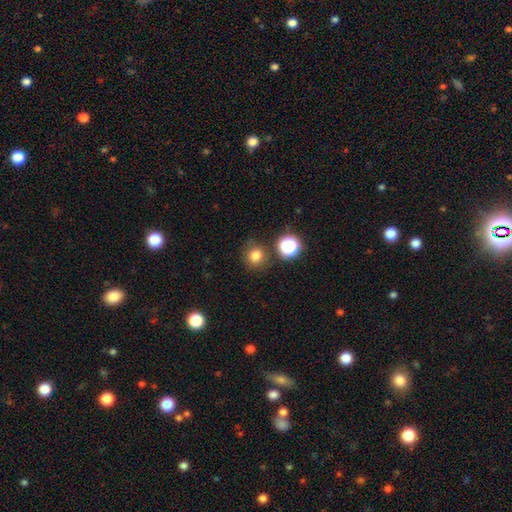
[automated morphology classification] A smooth galaxy with no disk features (78%) that is round (88%). Merging: none (80%).